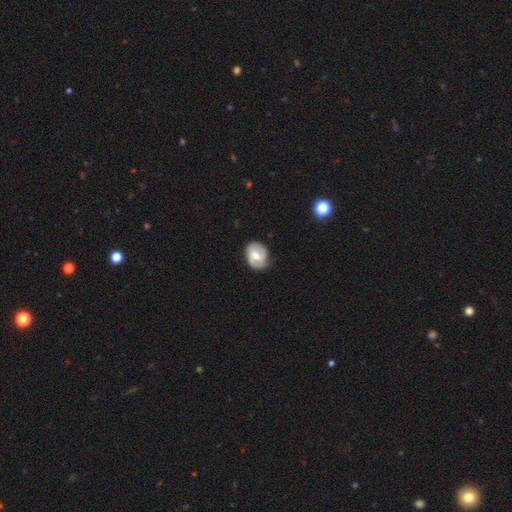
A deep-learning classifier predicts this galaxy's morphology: Smooth or featured? Predicted: featured or disk (p=0.59). Edge-on disk? Predicted: no (p=0.97). Bar? Predicted: weak (p=0.51). Spiral arms? Predicted: yes (p=0.81). Bulge size? Predicted: moderate (p=0.64). Merging? Predicted: none (p=0.74).